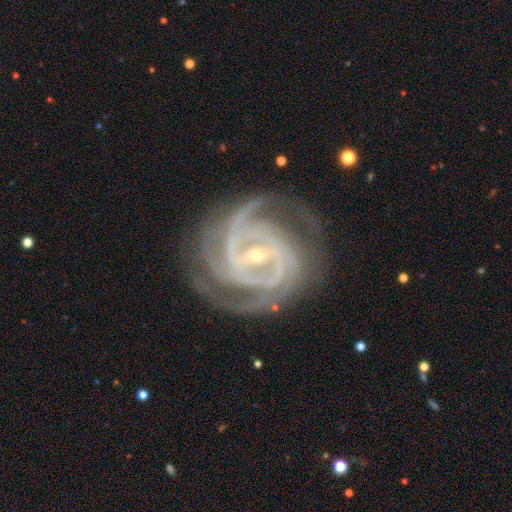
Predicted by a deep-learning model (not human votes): Overall: featured or disk (93%). Edge-on disk: no (97%). Bar: strong (51%; weak 35%). Spiral arms: yes (98%). Spiral arm count: 3 (30%; 4 22%). Spiral winding: tight (64%; medium 32%). Bulge size: small (76%). Merging: none (76%).